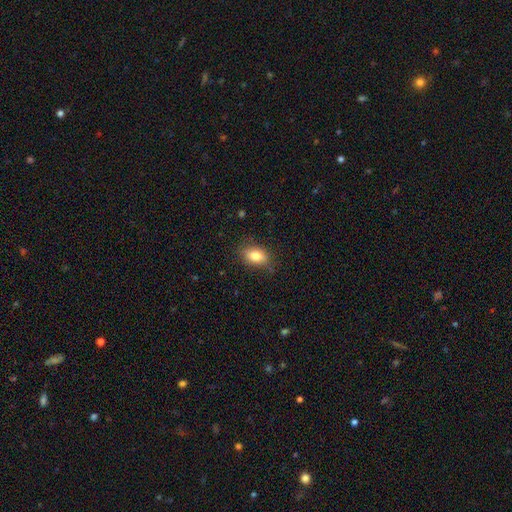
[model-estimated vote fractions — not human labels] Morphology: type=smooth (81%); roundness=in between (85%); merging=none (82%).